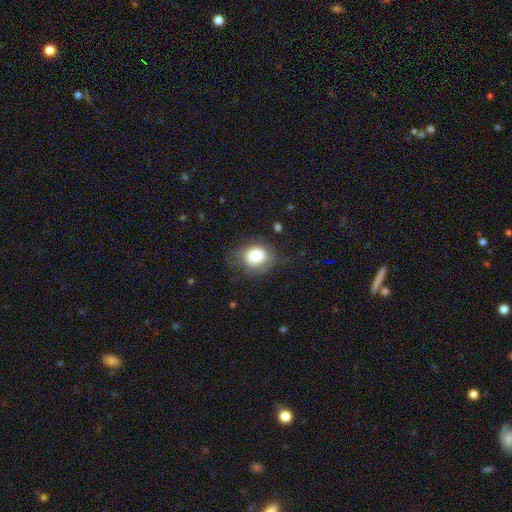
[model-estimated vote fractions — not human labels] Overall: smooth (73%). How rounded: round (66%; in between 33%). Merging: none (65%).